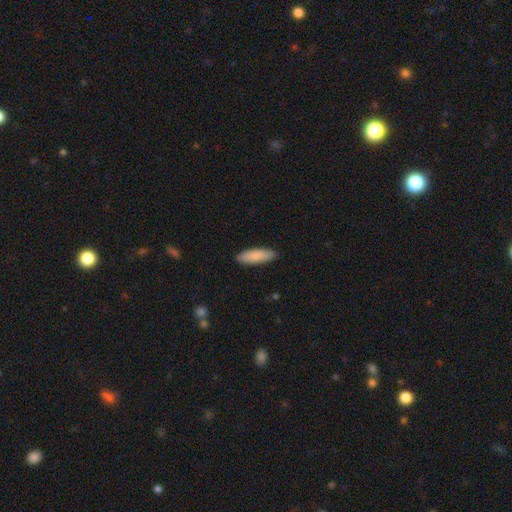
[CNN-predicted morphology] A smooth galaxy with no disk features (86%) that is in between round and cigar-shaped (51%). Merging: none (87%).